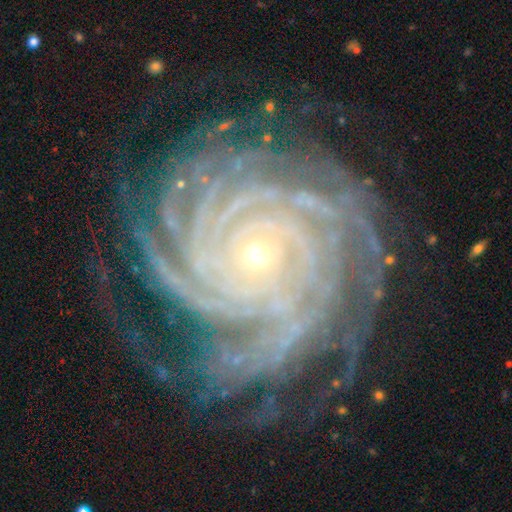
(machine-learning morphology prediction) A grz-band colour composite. It shows a featured or disk galaxy (92%) with no bar (73%), more than 4 (46%) tight (87%) spiral arms (99%) and a small central bulge (81%). Merging: none (78%).